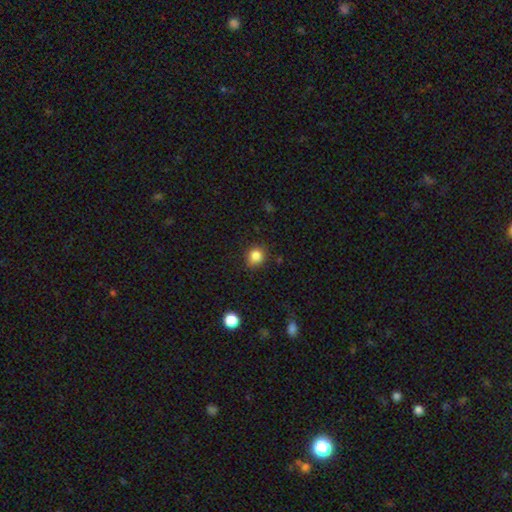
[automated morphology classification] A smooth galaxy with no disk features (84%) that is round (81%).

Vote fractions:
- Smooth or featured? smooth: 84% / star or artifact: 11% / featured or disk: 5%
- How rounded? round: 81% / in between: 18% / cigar-shaped: 1%
- Merging? none: 84% / minor disturbance: 12% / major disturbance: 3% / merger: 1%